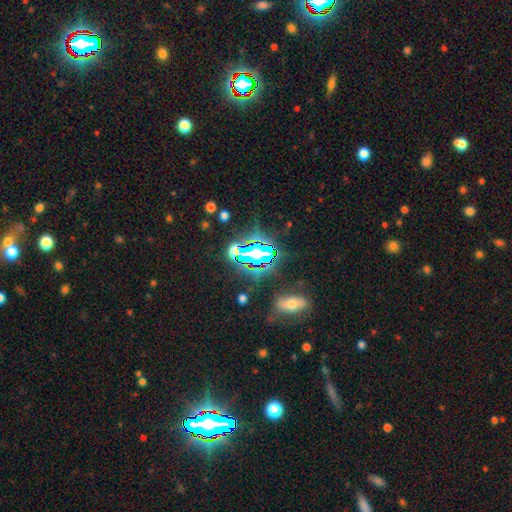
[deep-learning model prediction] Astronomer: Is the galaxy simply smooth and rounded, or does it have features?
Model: star or artifact — 75%.